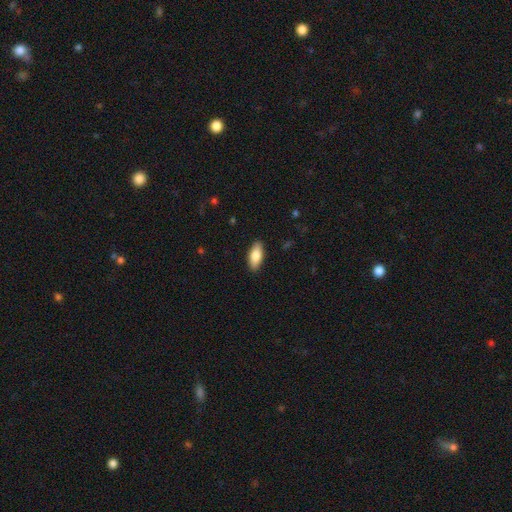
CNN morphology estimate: Smooth or featured: smooth — 81% (featured or disk — 14%)
How rounded: in between — 83% (cigar-shaped — 15%)
Merging: none — 89% (minor disturbance — 8%)